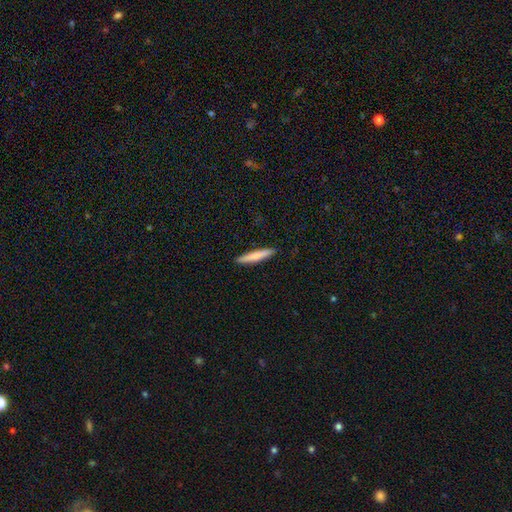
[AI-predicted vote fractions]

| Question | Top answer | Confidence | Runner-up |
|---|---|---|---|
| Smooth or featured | smooth | 76% | featured or disk (18%) |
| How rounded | cigar-shaped | 93% | in between (6%) |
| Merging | none | 91% | minor disturbance (6%) |